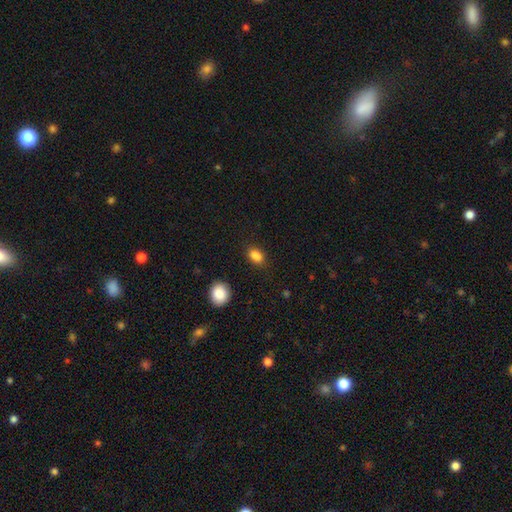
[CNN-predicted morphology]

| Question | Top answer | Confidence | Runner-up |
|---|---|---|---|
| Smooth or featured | smooth | 84% | star or artifact (11%) |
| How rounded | in between | 76% | round (20%) |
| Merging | none | 67% | minor disturbance (17%) |